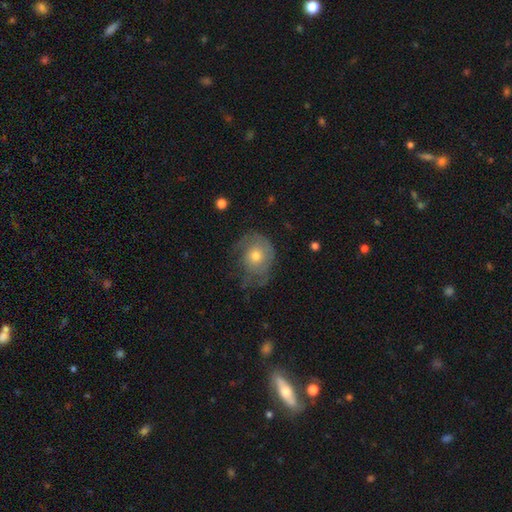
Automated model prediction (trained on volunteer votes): Overall: smooth (47%; featured or disk 44%). Merging: none (44%; minor disturbance 30%).